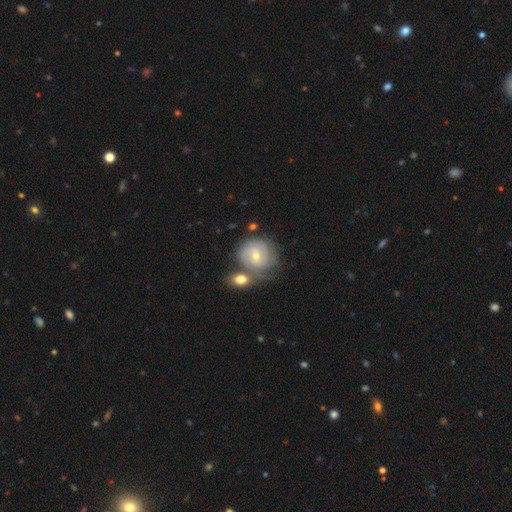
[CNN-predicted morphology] This appears to be a featured or disk galaxy (71%) with no bar (58%), tight (73%) spiral arms (92%) and a small central bulge (57%). Merging: none (50%).